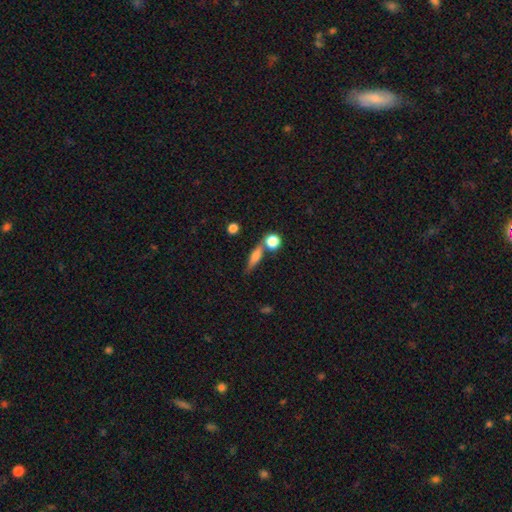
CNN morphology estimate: Smooth or featured?
  - smooth: 62% *
  - featured or disk: 28%
  - star or artifact: 10%
How rounded?
  - cigar-shaped: 55% *
  - in between: 32%
  - round: 12%
Merging?
  - none: 61% *
  - merger: 19%
  - minor disturbance: 15%
  - major disturbance: 6%